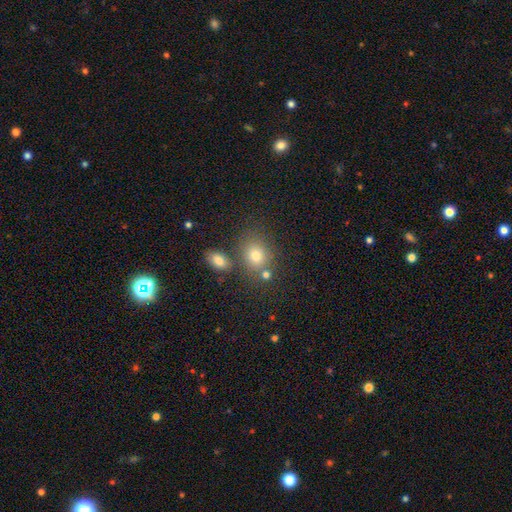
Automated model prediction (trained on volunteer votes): This is likely a smooth galaxy (75%). How rounded: possibly round (58%). Merging: likely none (65%).